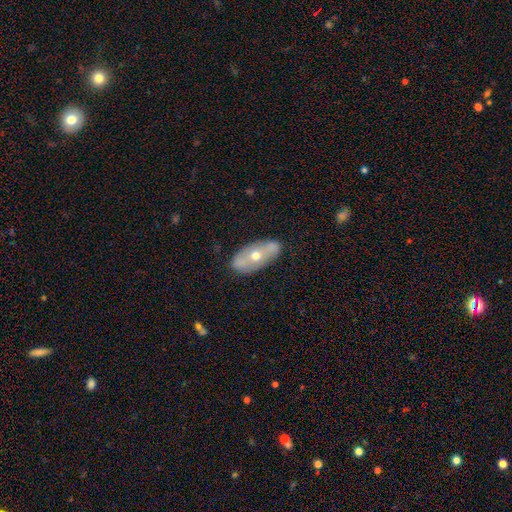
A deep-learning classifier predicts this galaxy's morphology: featured or disk 50%, smooth 44%, star or artifact 7%. Down the decision tree: merging — none (79%).